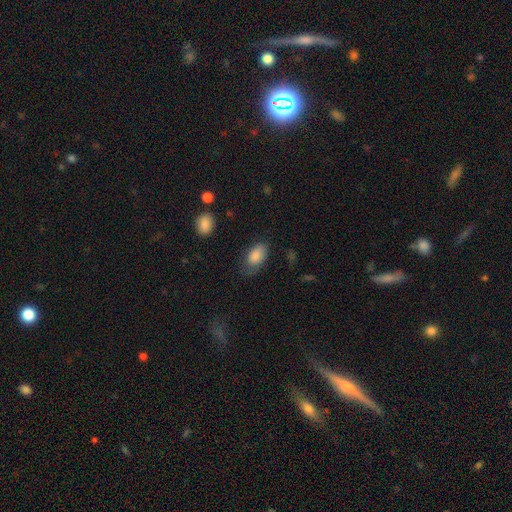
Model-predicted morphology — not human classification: This is clearly a smooth galaxy (84%). How rounded: clearly in between (93%). Merging: possibly none (57%).